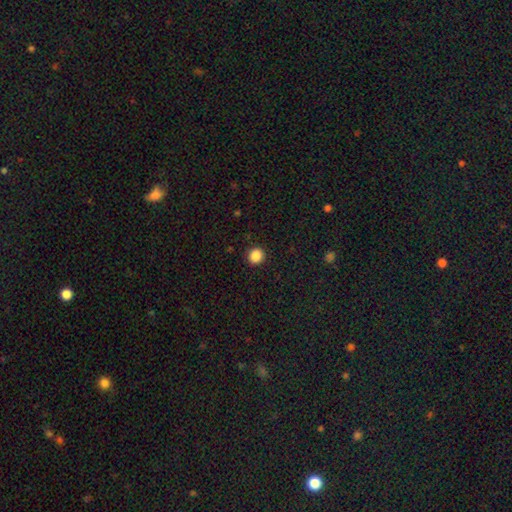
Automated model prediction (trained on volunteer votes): Q: Smooth or featured?
A: smooth (87%); runner-up: star or artifact (10%)
Q: How rounded?
A: round (88%); runner-up: in between (11%)
Q: Merging?
A: none (92%); runner-up: minor disturbance (5%)